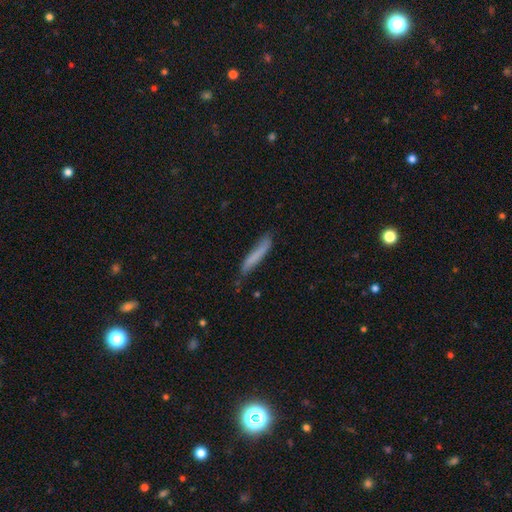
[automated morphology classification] This appears to be a smooth galaxy with no disk features (70%) that is cigar-shaped (93%). Merging: none (64%).